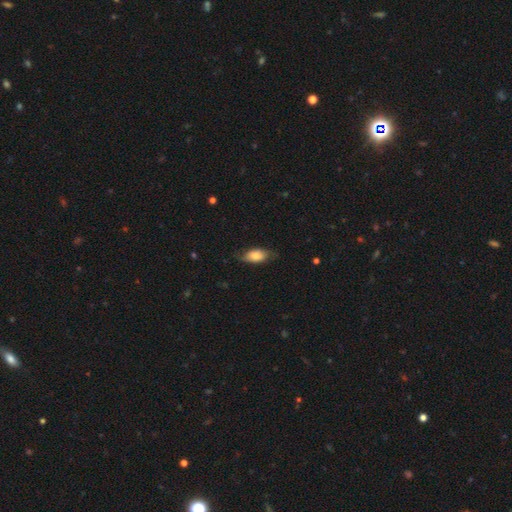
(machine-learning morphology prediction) Smooth or featured: smooth — 71% (featured or disk — 23%)
How rounded: in between — 87% (cigar-shaped — 8%)
Merging: none — 68% (minor disturbance — 24%)